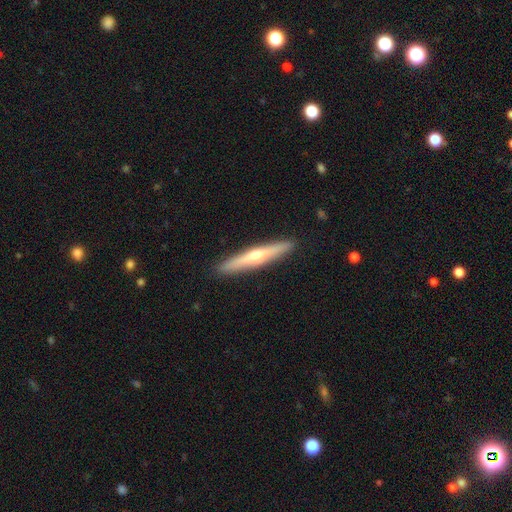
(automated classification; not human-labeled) Smooth or featured? featured or disk (61%)
Edge-on disk? yes (96%)
Edge-on bulge? rounded (86%)
Merging? none (92%)